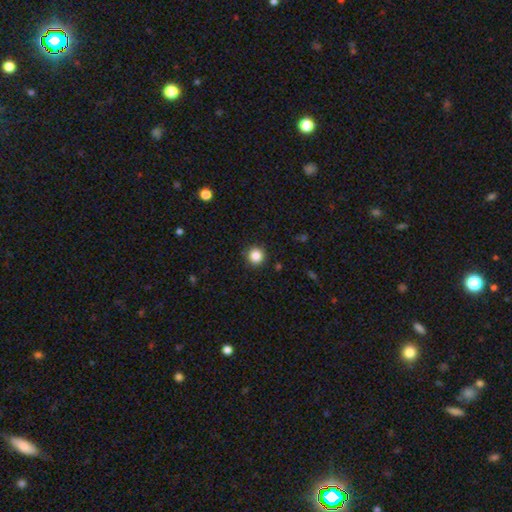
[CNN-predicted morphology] This is clearly a smooth galaxy (86%). How rounded: clearly round (95%). Merging: clearly none (91%).